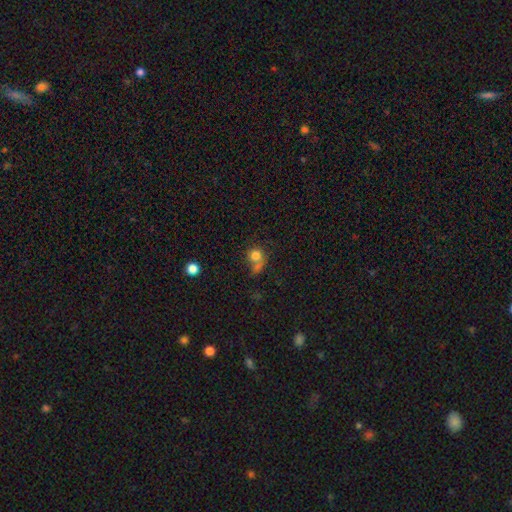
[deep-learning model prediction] Smooth or featured?
  - smooth: 76% *
  - featured or disk: 13%
  - star or artifact: 12%
How rounded?
  - round: 80% *
  - in between: 19%
  - cigar-shaped: 1%
Merging?
  - none: 38% *
  - merger: 33%
  - major disturbance: 15%
  - minor disturbance: 14%